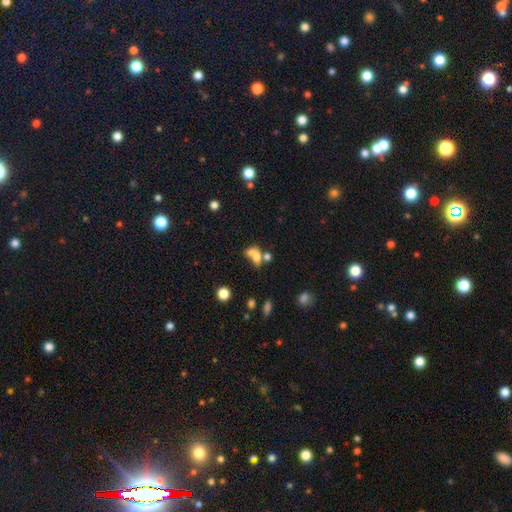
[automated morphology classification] Smooth or featured? smooth (66%)
How rounded? in between (59%)
Merging? merger (62%)